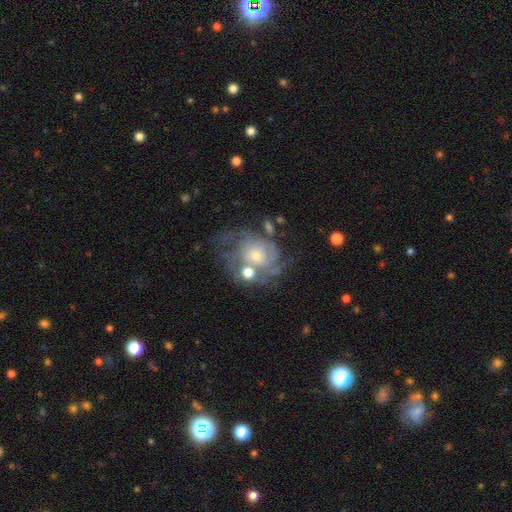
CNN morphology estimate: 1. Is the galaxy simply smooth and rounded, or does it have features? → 77% featured or disk, 14% smooth, 9% star or artifact.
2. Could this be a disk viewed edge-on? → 97% no, 3% yes.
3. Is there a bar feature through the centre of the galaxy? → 78% no, 19% weak, 3% strong.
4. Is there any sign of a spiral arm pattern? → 86% yes, 14% no.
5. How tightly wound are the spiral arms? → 57% tight, 32% medium, 11% loose.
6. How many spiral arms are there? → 43% can't tell, 19% 3, 16% 2, 11% 4, 5% more than 4, 5% 1.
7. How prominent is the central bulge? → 55% small, 39% moderate, 3% large, 2% none, 1% dominant.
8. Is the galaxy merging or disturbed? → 45% none, 20% minor disturbance, 19% major disturbance, 16% merger.